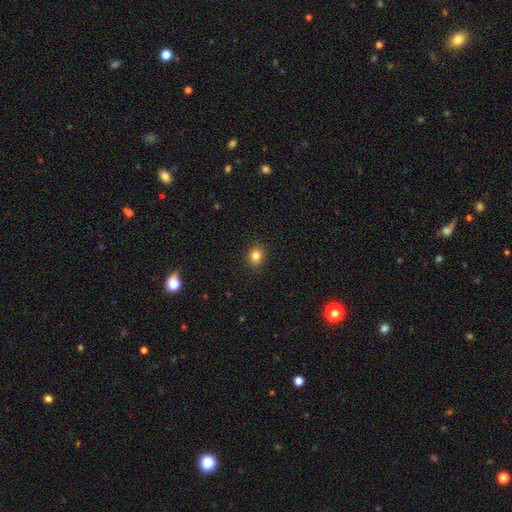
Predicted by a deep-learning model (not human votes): Smooth or featured? Predicted: smooth (p=0.83). How rounded? Predicted: round (p=0.58). Merging? Predicted: none (p=0.89).